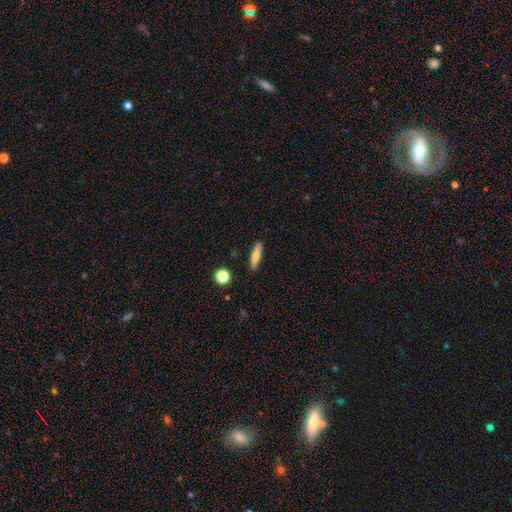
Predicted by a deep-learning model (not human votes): A smooth galaxy with no disk features (69%) that is cigar-shaped (82%). Merging: none (89%).